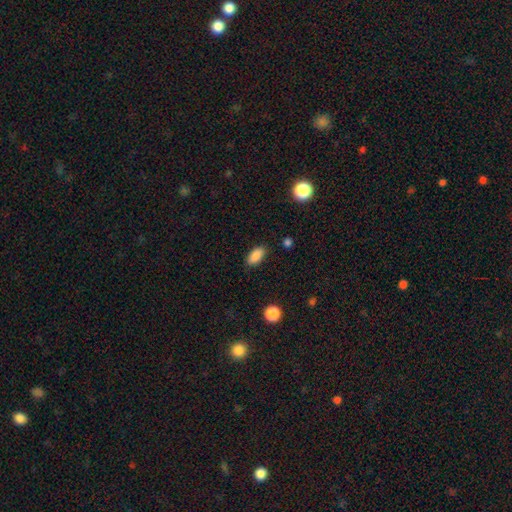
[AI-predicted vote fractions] Q: Smooth or featured?
A: smooth (87%); runner-up: star or artifact (8%)
Q: How rounded?
A: in between (88%); runner-up: cigar-shaped (8%)
Q: Merging?
A: none (86%); runner-up: minor disturbance (10%)